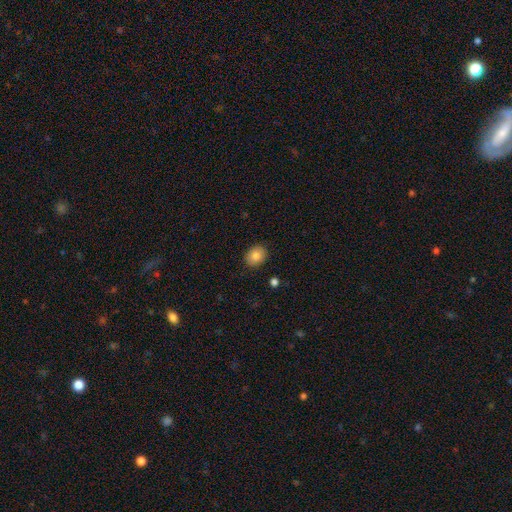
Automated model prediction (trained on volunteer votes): smooth-or-featured: smooth: 84% | star or artifact: 9% | featured or disk: 7%
  how-rounded: round: 51% | in between: 48% | cigar-shaped: 1%
  merging: none: 88% | minor disturbance: 8% | major disturbance: 2% | merger: 1%